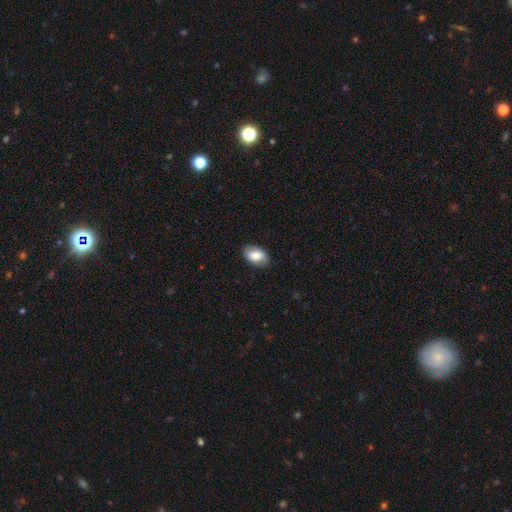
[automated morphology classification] A smooth galaxy with no disk features (75%) that is in between round and cigar-shaped (92%).

Vote fractions:
- Smooth or featured? smooth: 75% / featured or disk: 18% / star or artifact: 7%
- How rounded? in between: 92% / round: 6% / cigar-shaped: 1%
- Merging? none: 85% / minor disturbance: 12% / major disturbance: 3% / merger: 1%